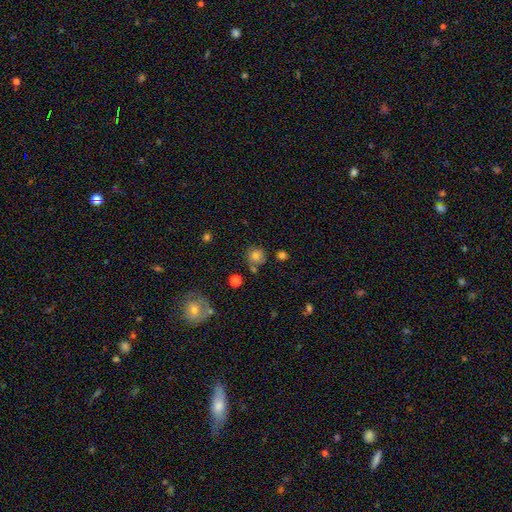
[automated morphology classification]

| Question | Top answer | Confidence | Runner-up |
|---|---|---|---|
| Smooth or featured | smooth | 77% | star or artifact (13%) |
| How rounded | round | 90% | in between (9%) |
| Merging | none | 73% | minor disturbance (14%) |